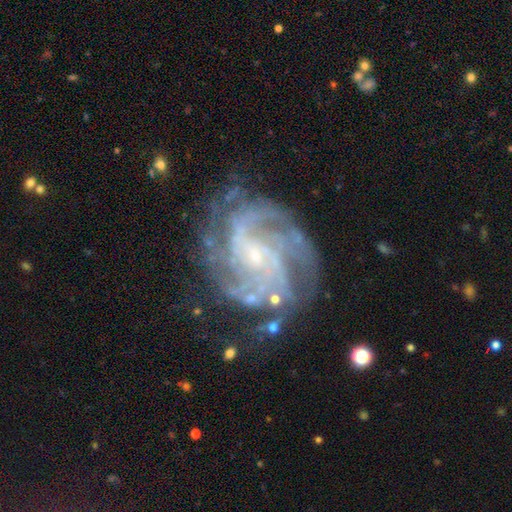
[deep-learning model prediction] Q: Smooth or featured?
A: featured or disk (89%); runner-up: star or artifact (6%)
Q: Edge-on disk?
A: no (98%); runner-up: yes (2%)
Q: Bar?
A: no (58%); runner-up: weak (33%)
Q: Spiral arms?
A: yes (97%); runner-up: no (3%)
Q: Spiral winding?
A: tight (56%); runner-up: medium (37%)
Q: Spiral arm count?
A: 4 (27%); runner-up: 3 (22%)
Q: Bulge size?
A: small (76%); runner-up: moderate (15%)
Q: Merging?
A: none (72%); runner-up: minor disturbance (17%)